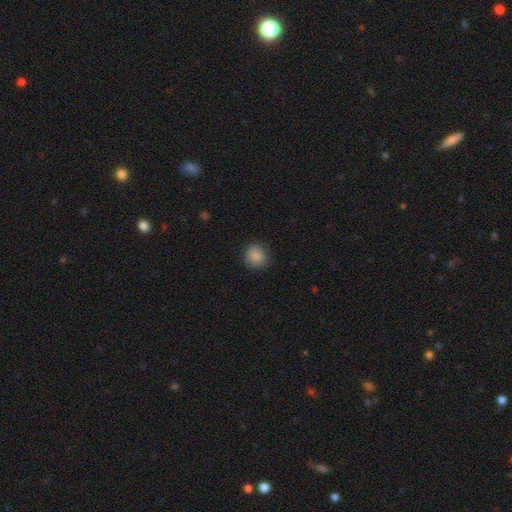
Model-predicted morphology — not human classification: Q: Smooth or featured?
A: smooth (86%); runner-up: star or artifact (9%)
Q: How rounded?
A: round (78%); runner-up: in between (21%)
Q: Merging?
A: none (86%); runner-up: minor disturbance (10%)